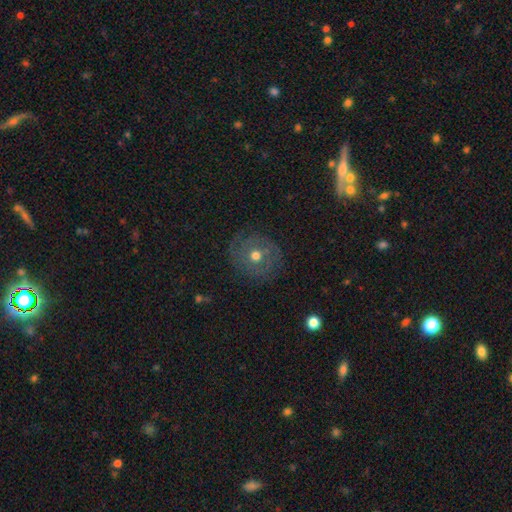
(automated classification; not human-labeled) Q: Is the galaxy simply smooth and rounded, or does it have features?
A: smooth — 44%, tied with featured or disk.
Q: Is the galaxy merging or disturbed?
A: none — 81%.